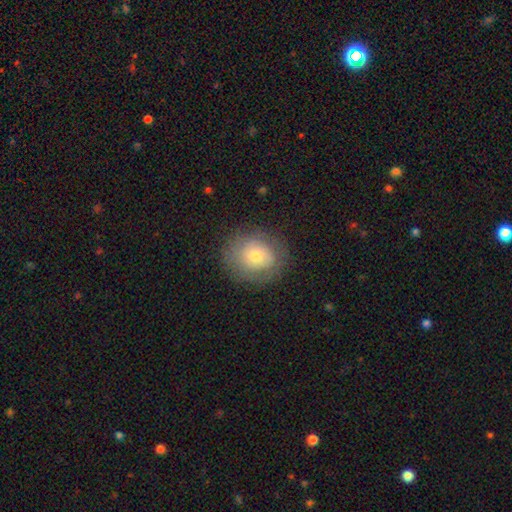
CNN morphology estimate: smooth 68%, featured or disk 23%, star or artifact 9%. Down the decision tree: how rounded — round (75%); merging — none (79%).